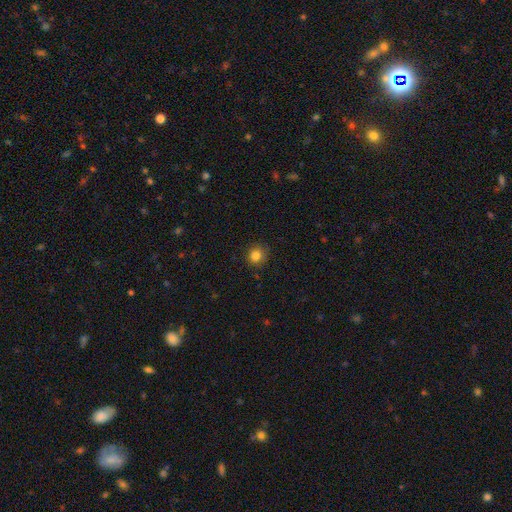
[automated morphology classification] Overall: smooth (83%). How rounded: round (90%). Merging: none (86%).